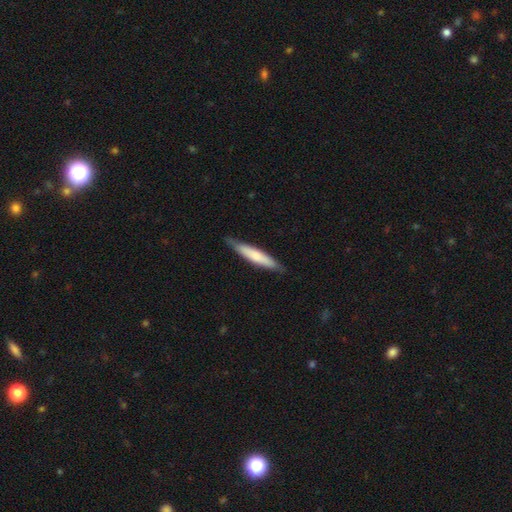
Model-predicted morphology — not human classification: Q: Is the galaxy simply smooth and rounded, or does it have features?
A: smooth — 66%.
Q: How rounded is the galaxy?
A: cigar-shaped — 89%.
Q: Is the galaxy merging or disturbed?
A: none — 81%.